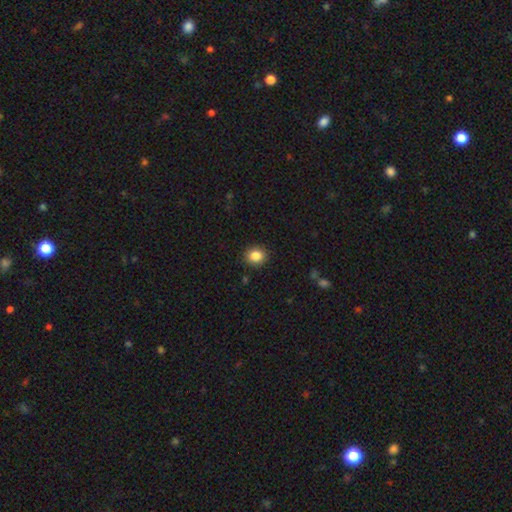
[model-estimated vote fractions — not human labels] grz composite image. It shows a smooth galaxy with no disk features (86%) that is round (75%). Merging: none (89%).